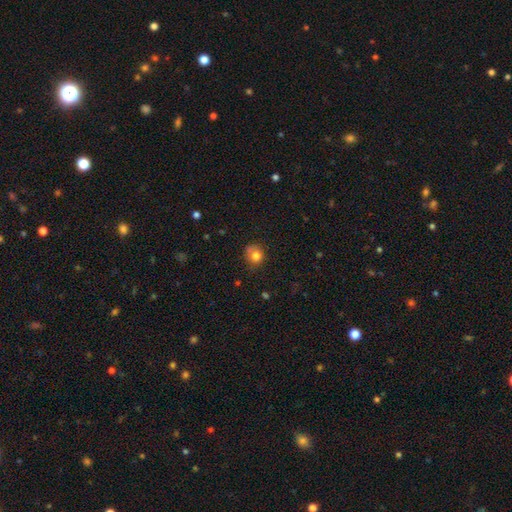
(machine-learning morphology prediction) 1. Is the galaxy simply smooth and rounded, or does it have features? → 79% smooth, 11% star or artifact, 11% featured or disk.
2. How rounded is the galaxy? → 77% round, 23% in between, 1% cigar-shaped.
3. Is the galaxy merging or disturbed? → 57% none, 29% minor disturbance, 10% major disturbance, 4% merger.